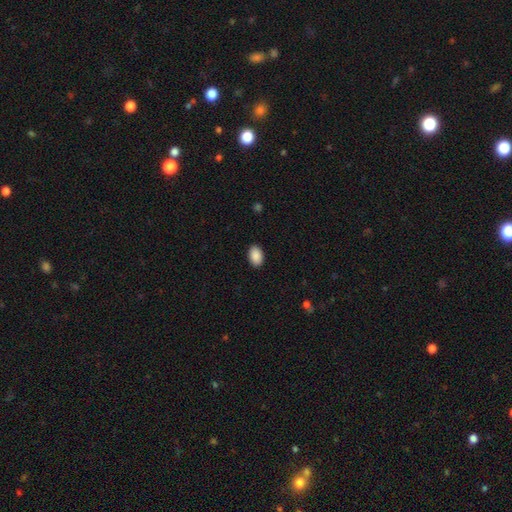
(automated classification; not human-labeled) smooth_or_featured: smooth (p=0.90) [alt: star or artifact p=0.07]
how_rounded: in between (p=0.90) [alt: round p=0.09]
merging: none (p=0.90) [alt: minor disturbance p=0.07]